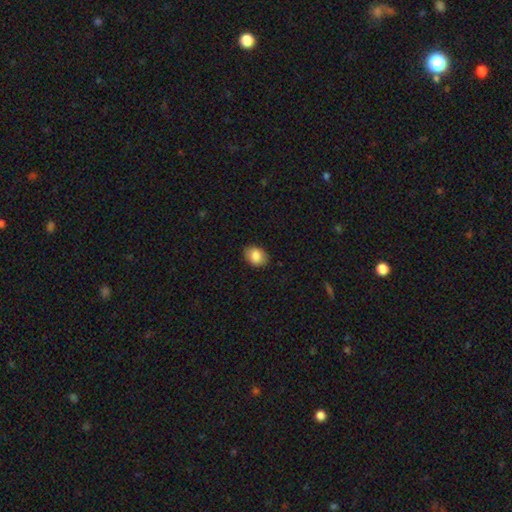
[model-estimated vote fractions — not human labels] A smooth galaxy with no disk features (85%) that is in between round and cigar-shaped (69%). Merging: none (86%).